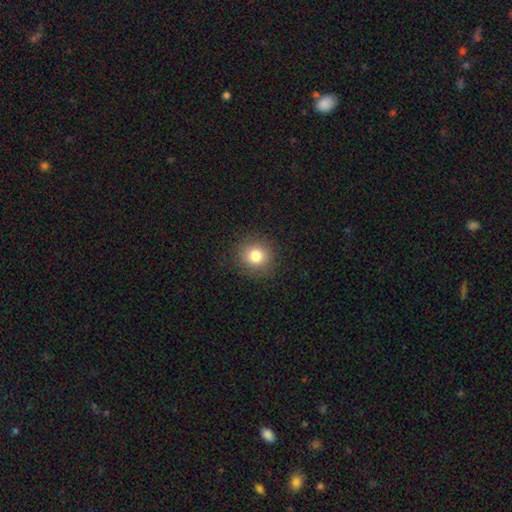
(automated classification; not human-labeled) A smooth galaxy with no disk features (80%) that is round (91%).

Vote fractions:
- Smooth or featured? smooth: 80% / star or artifact: 12% / featured or disk: 8%
- How rounded? round: 91% / in between: 8% / cigar-shaped: 1%
- Merging? none: 89% / minor disturbance: 7% / major disturbance: 3% / merger: 1%